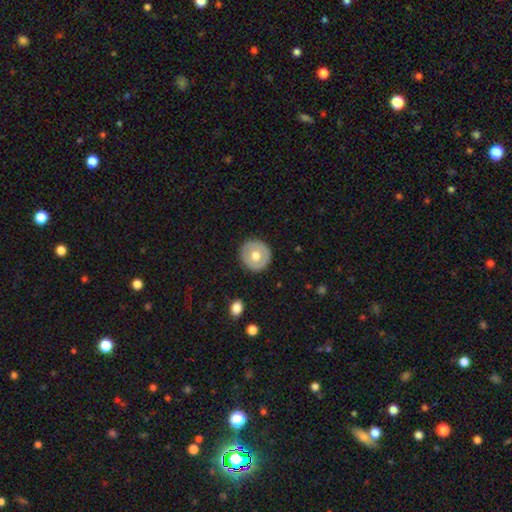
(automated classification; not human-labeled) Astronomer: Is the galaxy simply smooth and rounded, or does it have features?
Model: smooth — 56% (runner-up: featured or disk, 38%).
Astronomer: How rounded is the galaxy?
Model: round — 92%.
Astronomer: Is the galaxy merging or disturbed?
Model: none — 90%.